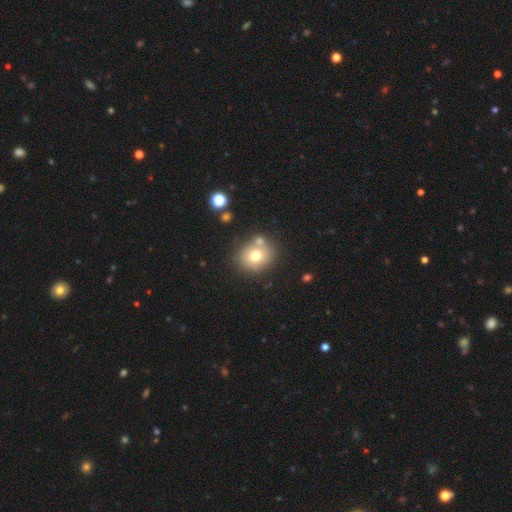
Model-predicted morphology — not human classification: smooth 71%, featured or disk 17%, star or artifact 12%. Down the decision tree: how rounded — round (75%); merging — none (65%).